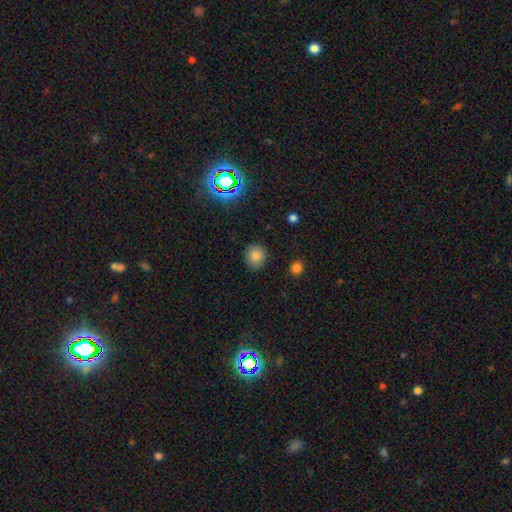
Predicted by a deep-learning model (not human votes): Smooth or featured?
  - smooth: 81% *
  - star or artifact: 13%
  - featured or disk: 6%
How rounded?
  - round: 84% *
  - in between: 15%
  - cigar-shaped: 1%
Merging?
  - none: 87% *
  - minor disturbance: 9%
  - major disturbance: 3%
  - merger: 1%